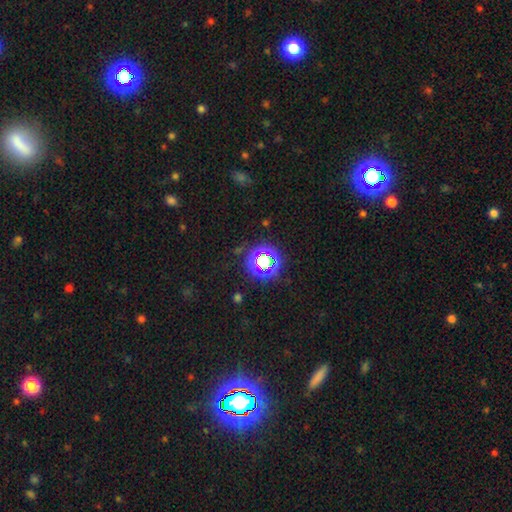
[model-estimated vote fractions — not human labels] Smooth or featured: star or artifact — 75% (smooth — 17%)